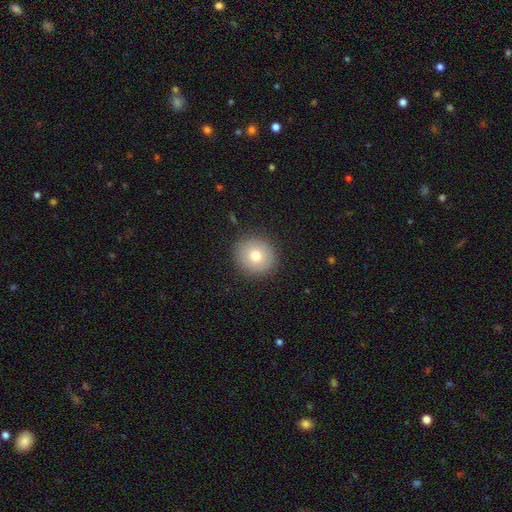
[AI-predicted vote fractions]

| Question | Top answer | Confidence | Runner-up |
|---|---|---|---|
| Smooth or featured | smooth | 73% | featured or disk (17%) |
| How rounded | round | 89% | in between (10%) |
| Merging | none | 89% | minor disturbance (7%) |